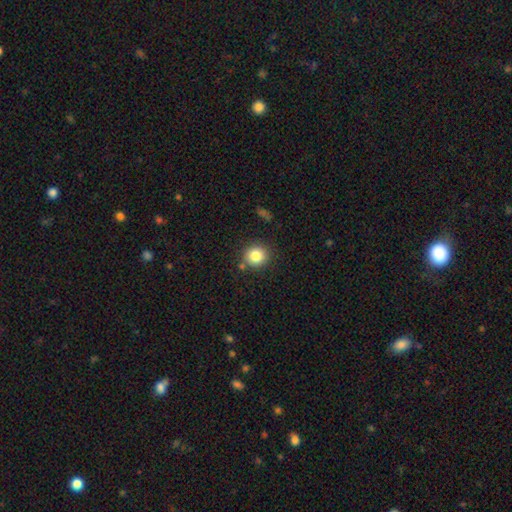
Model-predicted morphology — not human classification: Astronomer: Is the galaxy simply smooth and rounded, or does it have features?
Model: smooth — 83%.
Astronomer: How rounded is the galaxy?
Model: round — 90%.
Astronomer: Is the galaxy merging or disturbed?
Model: none — 84%.